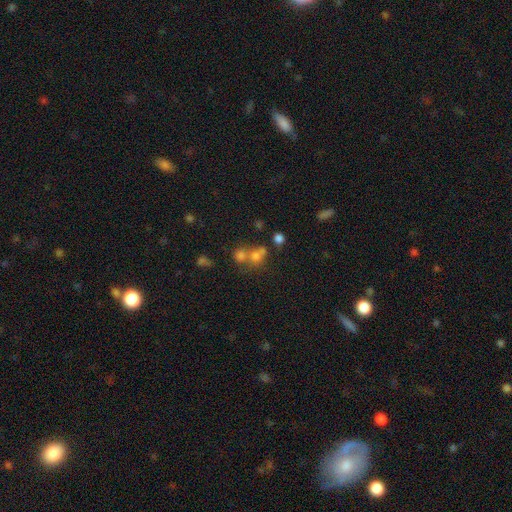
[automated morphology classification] Smooth or featured? Predicted: smooth (p=0.65). How rounded? Predicted: round (p=0.77). Merging? Predicted: merger (p=0.50).